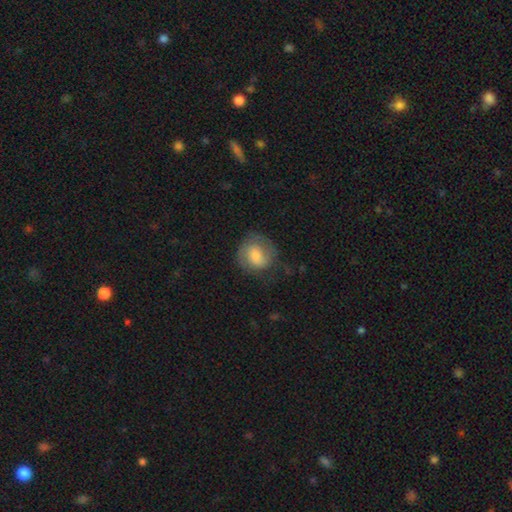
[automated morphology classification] This appears to be a smooth galaxy with no disk features (51%) that is round (78%). Merging: none (66%).